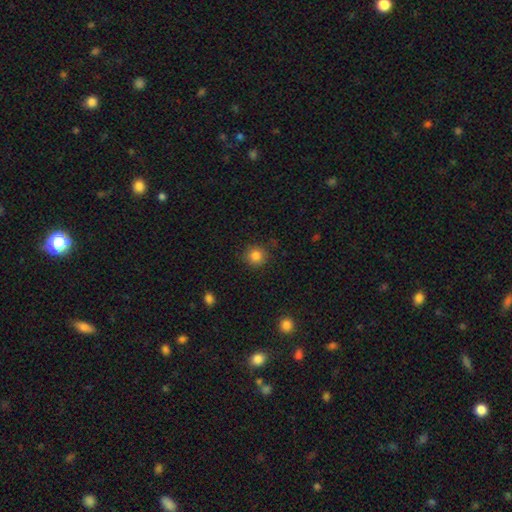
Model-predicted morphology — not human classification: A smooth galaxy with no disk features (83%) that is round (91%).

Vote fractions:
- Smooth or featured? smooth: 83% / star or artifact: 11% / featured or disk: 5%
- How rounded? round: 91% / in between: 8% / cigar-shaped: 1%
- Merging? none: 87% / minor disturbance: 9% / major disturbance: 3% / merger: 1%